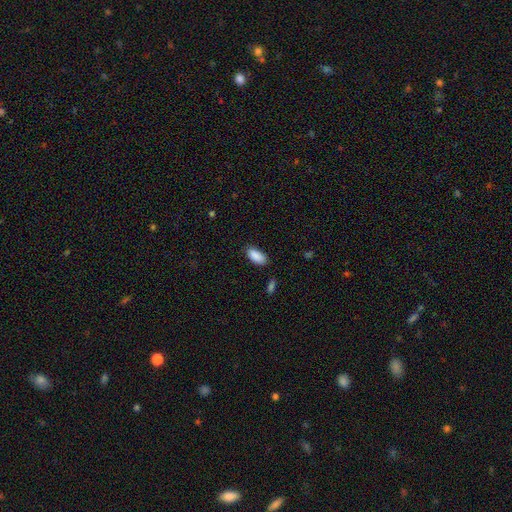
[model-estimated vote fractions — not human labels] A smooth galaxy with no disk features (90%) that is in between round and cigar-shaped (90%).

Vote fractions:
- Smooth or featured? smooth: 90% / star or artifact: 7% / featured or disk: 4%
- How rounded? in between: 90% / cigar-shaped: 8% / round: 2%
- Merging? none: 81% / minor disturbance: 14% / major disturbance: 3% / merger: 2%